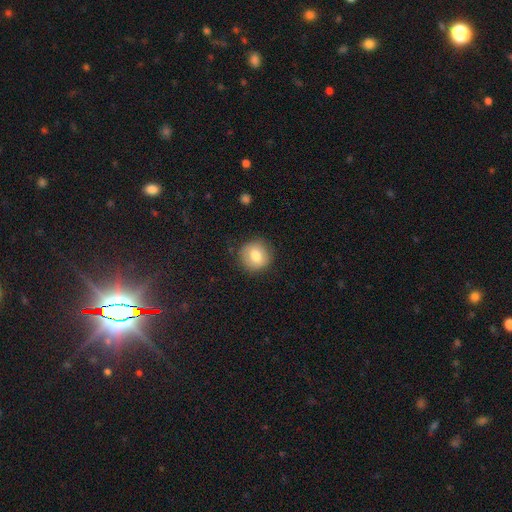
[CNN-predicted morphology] A smooth galaxy with no disk features (76%) that is round (88%). Merging: none (85%).